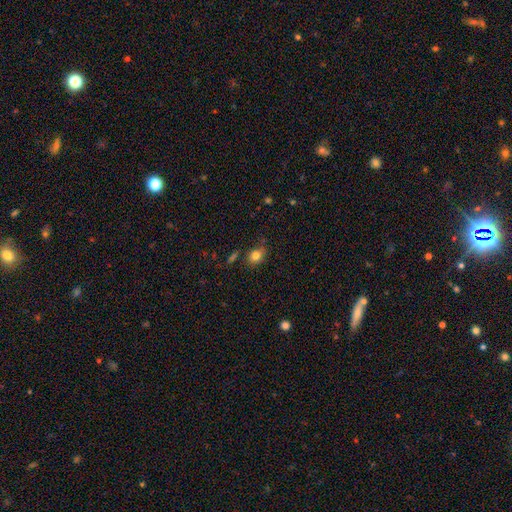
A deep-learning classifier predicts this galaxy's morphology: Smooth or featured? Predicted: smooth (p=0.81). How rounded? Predicted: in between (p=0.56). Merging? Predicted: none (p=0.73).